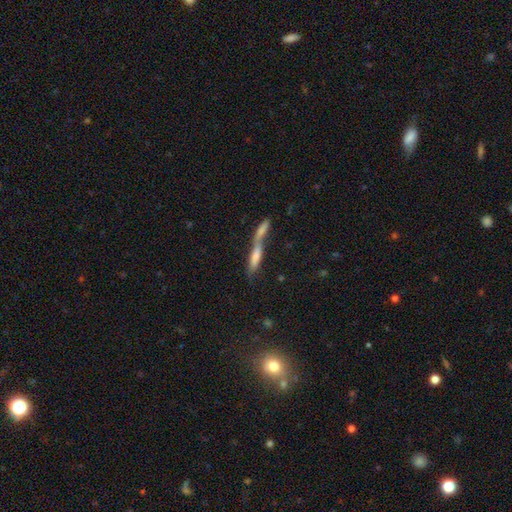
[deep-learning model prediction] smooth 56%, featured or disk 32%, star or artifact 12%. Down the decision tree: how rounded — cigar-shaped (76%); merging — merger (67%).